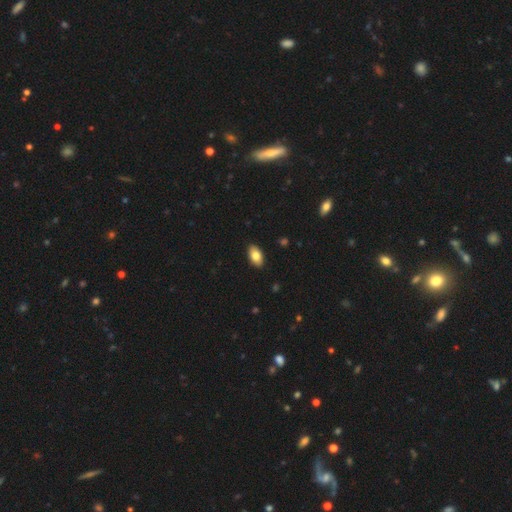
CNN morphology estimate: The model was most divided on "smooth or featured": smooth: 81%, featured or disk: 12%, star or artifact: 7%. More confident: how rounded — in between (94%); merging — none (89%).